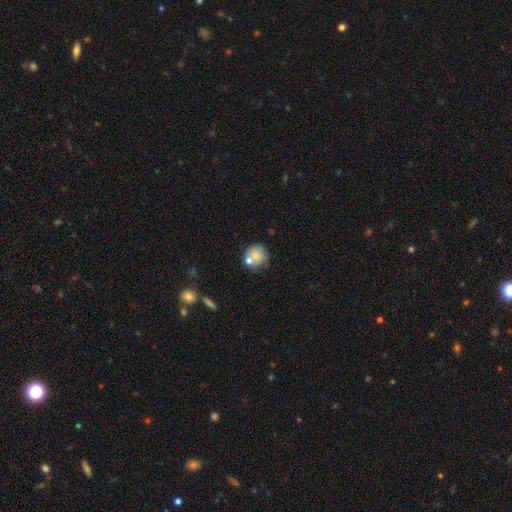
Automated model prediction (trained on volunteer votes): Smooth or featured?
  - smooth: 74% *
  - featured or disk: 17%
  - star or artifact: 9%
How rounded?
  - round: 88% *
  - in between: 11%
  - cigar-shaped: 1%
Merging?
  - none: 57% *
  - merger: 22%
  - minor disturbance: 16%
  - major disturbance: 6%